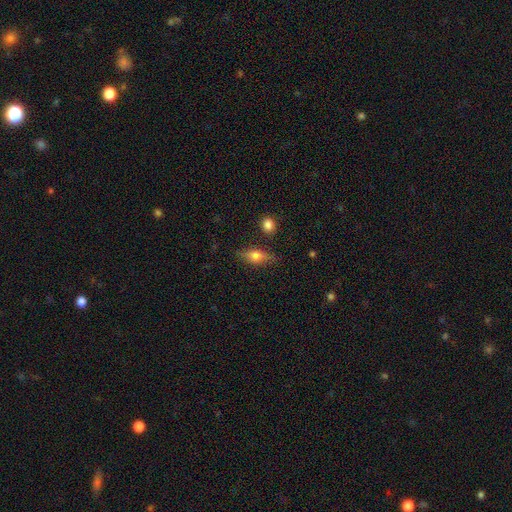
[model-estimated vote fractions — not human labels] The model was most divided on "smooth or featured": smooth: 58%, featured or disk: 33%, star or artifact: 9%. More confident: merging — none (75%); how rounded — in between (69%).